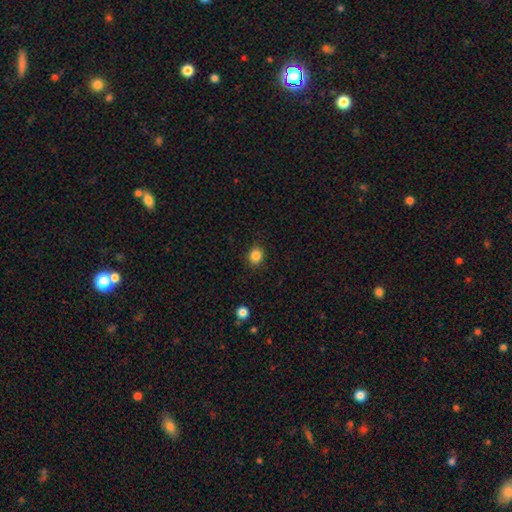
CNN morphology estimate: This appears to be a smooth galaxy with no disk features (85%) that is round (72%). Merging: none (89%).